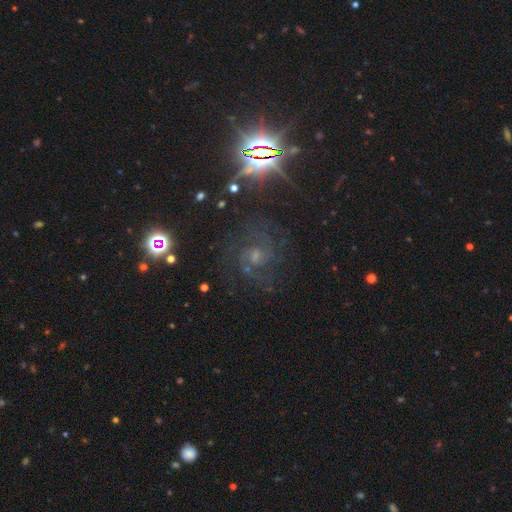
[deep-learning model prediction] A featured or disk galaxy (53%) with no bar (61%), spiral arms (92%) and a small central bulge (45%). Merging: none (71%).